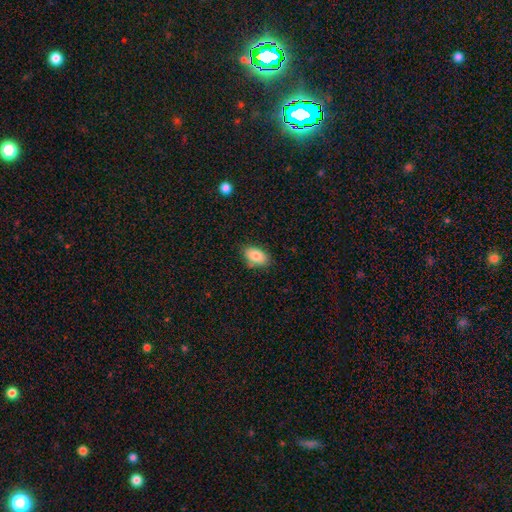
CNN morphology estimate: Q: Smooth or featured?
A: smooth (84%); runner-up: featured or disk (8%)
Q: How rounded?
A: in between (91%); runner-up: round (7%)
Q: Merging?
A: none (78%); runner-up: minor disturbance (17%)